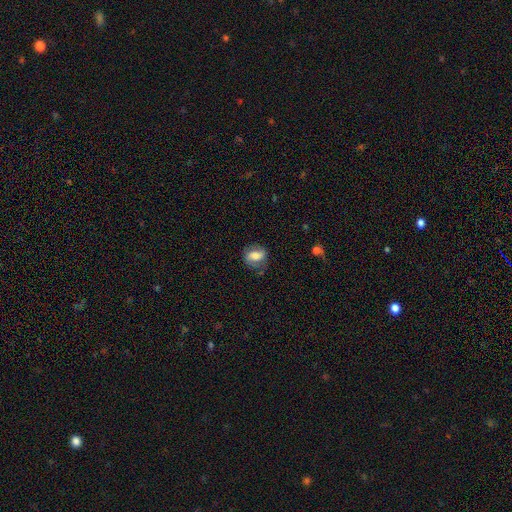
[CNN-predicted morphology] type=smooth (58%); roundness=in between (62%); merging=none (65%).